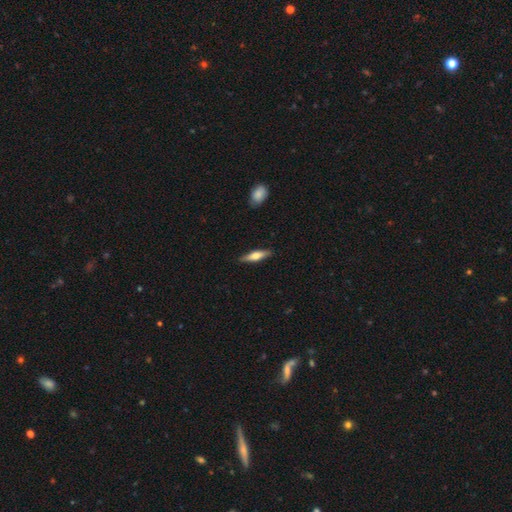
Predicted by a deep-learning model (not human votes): The model was most divided on "smooth or featured": smooth: 54%, featured or disk: 41%, star or artifact: 6%. More confident: merging — none (87%); how rounded — cigar-shaped (70%).